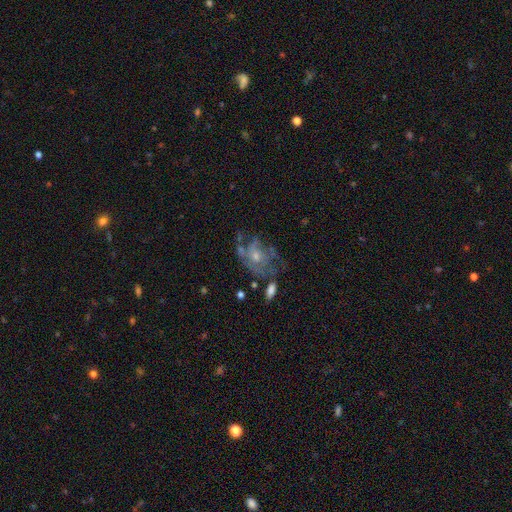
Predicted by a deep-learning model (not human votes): Morphology: type=featured or disk (72%); edge-on=no (96%); bar=no (78%); spiral arms=yes (69%); bulge=small (48%); merging=none (46%).